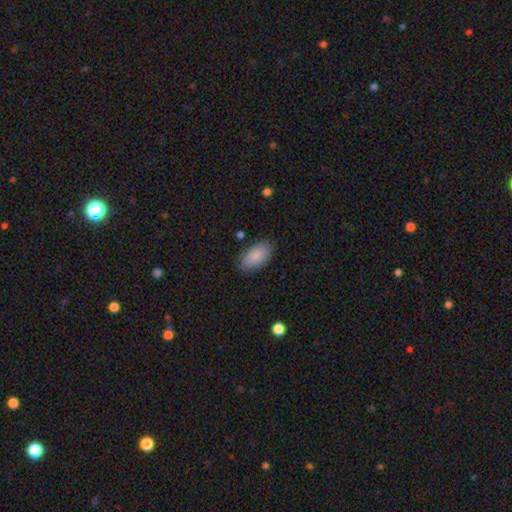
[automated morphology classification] The model was most divided on "merging": none: 84%, minor disturbance: 11%, major disturbance: 3%, merger: 1%. More confident: how rounded — in between (94%); smooth or featured — smooth (87%).